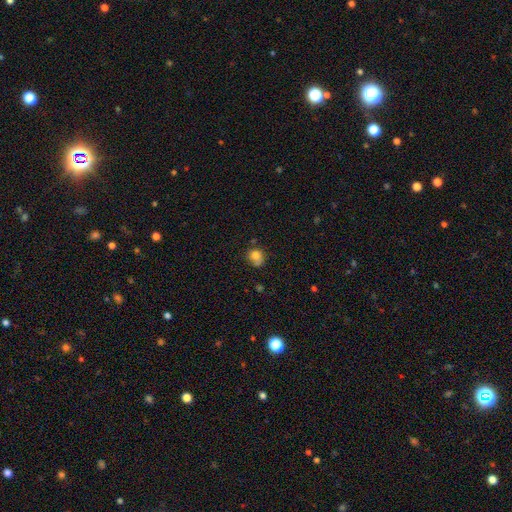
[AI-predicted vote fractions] Q: Smooth or featured?
A: smooth (77%); runner-up: featured or disk (12%)
Q: How rounded?
A: round (79%); runner-up: in between (20%)
Q: Merging?
A: none (55%); runner-up: minor disturbance (25%)